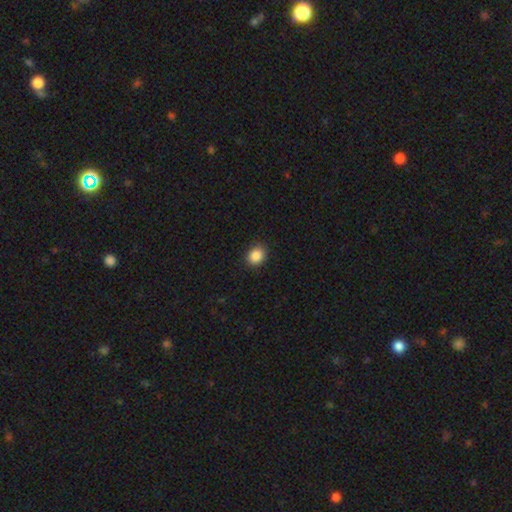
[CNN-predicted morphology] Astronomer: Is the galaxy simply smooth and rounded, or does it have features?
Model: smooth — 88%.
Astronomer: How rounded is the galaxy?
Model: round — 61% (runner-up: in between, 38%).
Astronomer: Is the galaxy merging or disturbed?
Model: none — 89%.